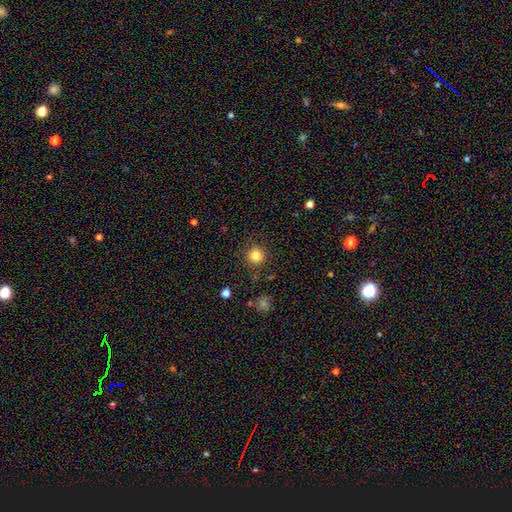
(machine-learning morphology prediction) smooth 83%, star or artifact 12%, featured or disk 5%. Down the decision tree: how rounded — round (95%); merging — none (89%).